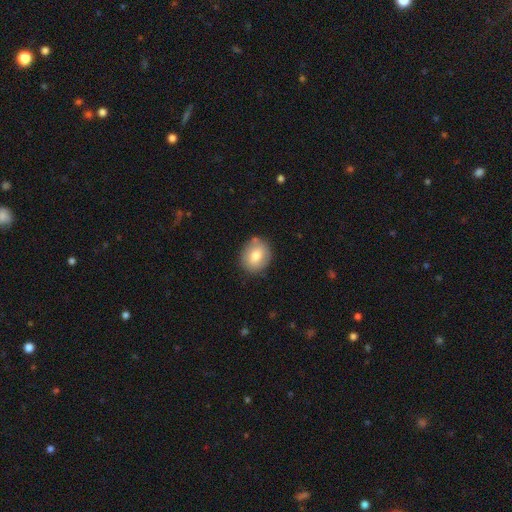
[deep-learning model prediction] This is likely a smooth galaxy (74%). How rounded: likely round (65%). Merging: clearly none (82%).